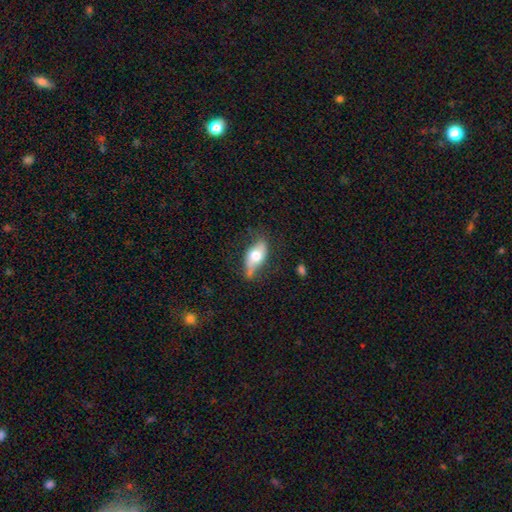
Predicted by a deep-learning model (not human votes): Smooth or featured? smooth (55%)
How rounded? in between (84%)
Merging? none (57%)